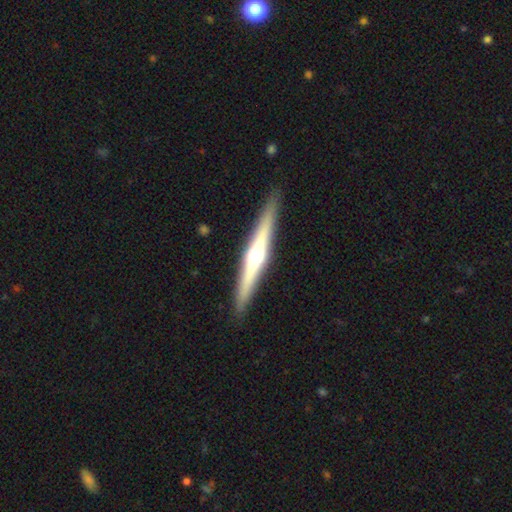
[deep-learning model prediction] A featured or disk galaxy (71%) viewed edge-on (98%) with a rounded central bulge (90%).

Vote fractions:
- Smooth or featured? featured or disk: 71% / smooth: 24% / star or artifact: 5%
- Edge-on disk? yes: 98% / no: 2%
- Edge-on bulge? rounded: 90% / none: 6% / boxy: 4%
- Merging? none: 91% / minor disturbance: 6% / major disturbance: 1% / merger: 1%